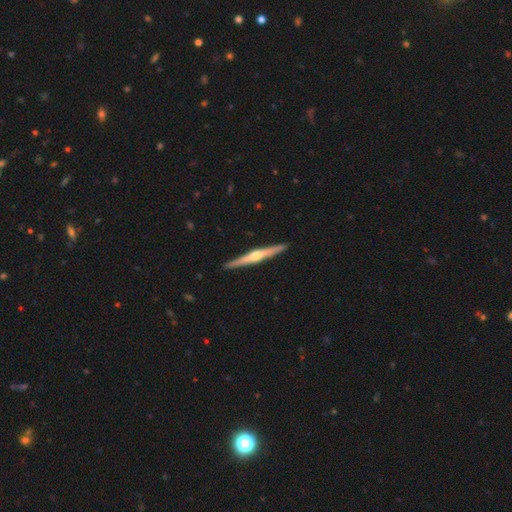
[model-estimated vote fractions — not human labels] This is likely a featured or disk galaxy (77%). It is clearly viewed edge-on (98%). Edge-on bulge: clearly rounded (88%). Merging: clearly none (92%).